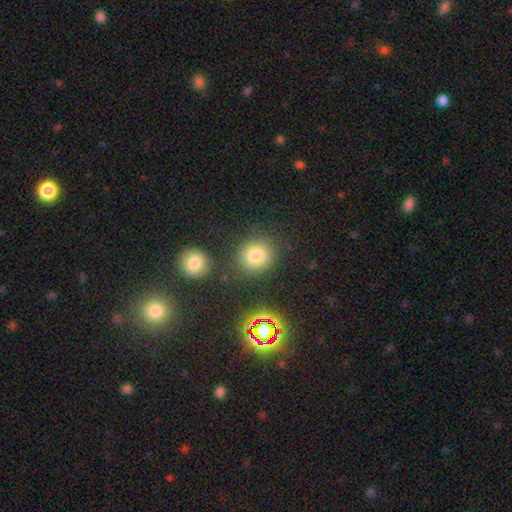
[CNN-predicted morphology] Q: Smooth or featured?
A: smooth (78%); runner-up: star or artifact (15%)
Q: How rounded?
A: round (81%); runner-up: in between (18%)
Q: Merging?
A: none (79%); runner-up: minor disturbance (10%)